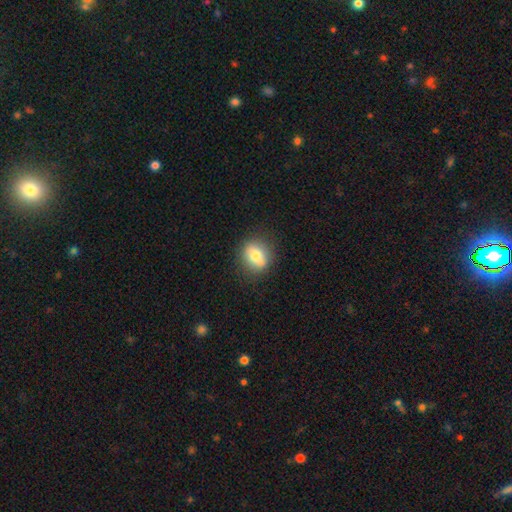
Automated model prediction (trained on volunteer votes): The model was most divided on "how rounded": round: 66%, in between: 32%, cigar-shaped: 2%. More confident: merging — none (79%); smooth or featured — smooth (71%).